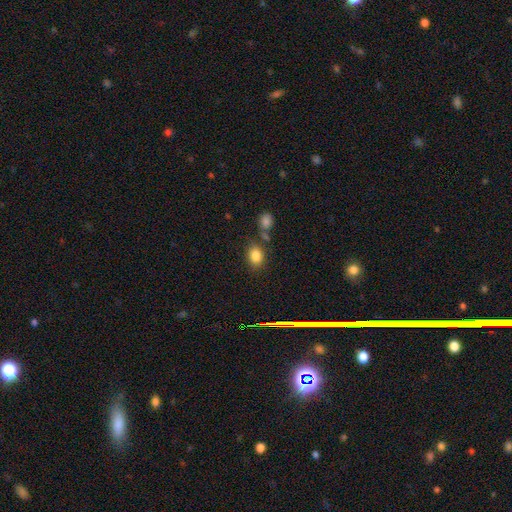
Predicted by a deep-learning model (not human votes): Overall: smooth (81%). How rounded: in between (68%; round 31%). Merging: none (66%).